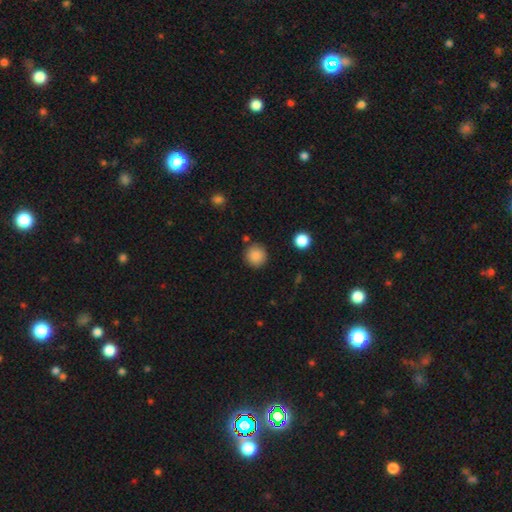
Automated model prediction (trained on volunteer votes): Overall: smooth (87%). How rounded: round (94%). Merging: none (88%).